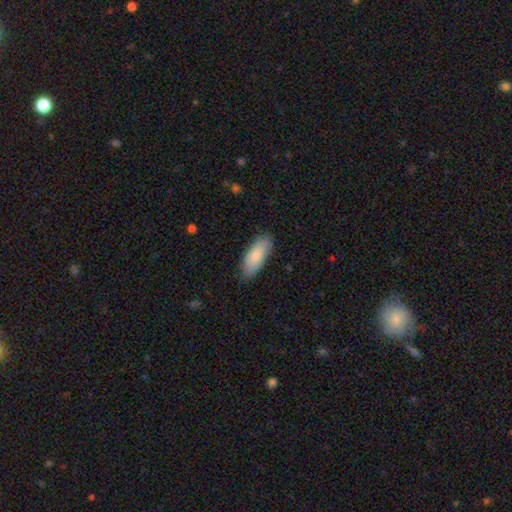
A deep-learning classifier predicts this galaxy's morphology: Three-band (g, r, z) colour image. It shows a smooth galaxy with no disk features (82%) that is in between round and cigar-shaped (81%). Merging: none (81%).